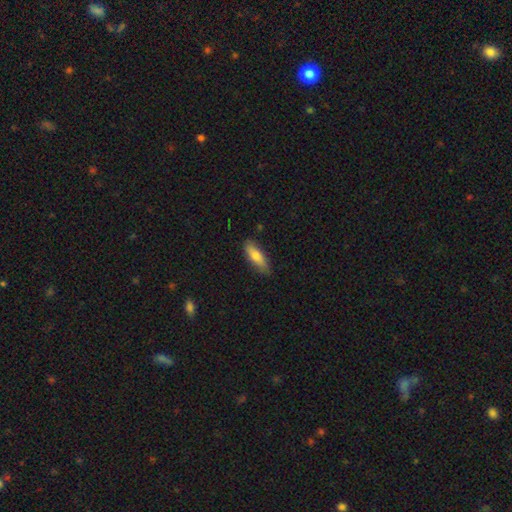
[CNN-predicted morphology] Smooth or featured? smooth (75%)
How rounded? in between (54%)
Merging? none (83%)